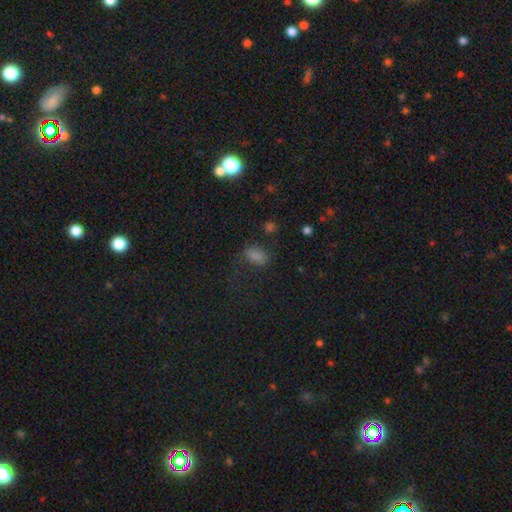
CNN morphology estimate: A smooth galaxy with no disk features (69%) that is in between round and cigar-shaped (81%). Merging: none (62%).